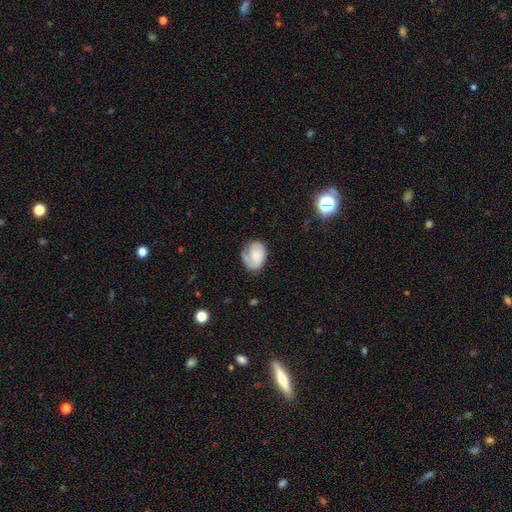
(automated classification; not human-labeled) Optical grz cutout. It shows a featured or disk galaxy (47%). Merging: none (57%).